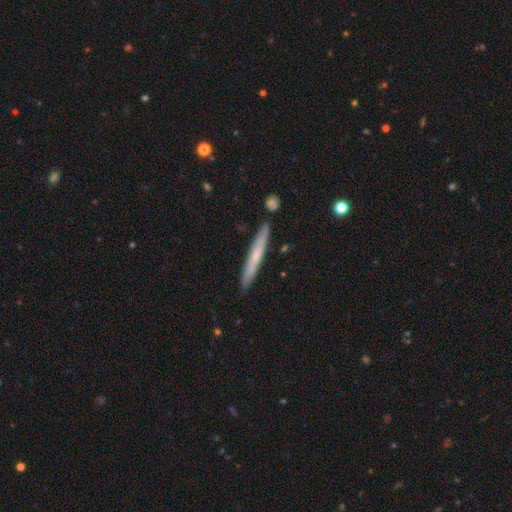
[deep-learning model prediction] smooth 51%, featured or disk 43%, star or artifact 6%. Down the decision tree: how rounded — cigar-shaped (96%); merging — none (86%).